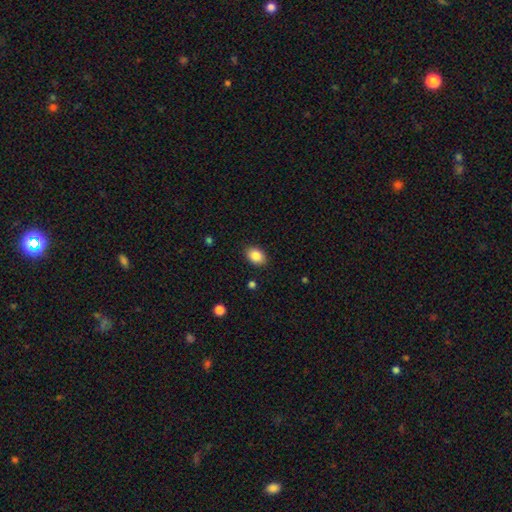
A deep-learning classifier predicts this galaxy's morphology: Q: Smooth or featured?
A: smooth (86%); runner-up: star or artifact (8%)
Q: How rounded?
A: in between (75%); runner-up: round (24%)
Q: Merging?
A: none (88%); runner-up: minor disturbance (9%)